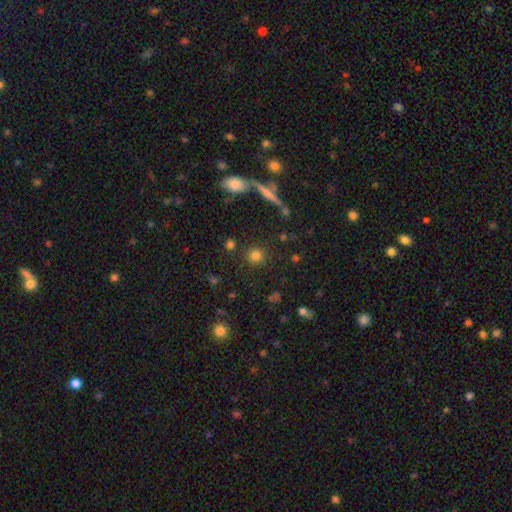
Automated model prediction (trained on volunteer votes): A smooth galaxy with no disk features (77%) that is round (90%).

Vote fractions:
- Smooth or featured? smooth: 77% / star or artifact: 16% / featured or disk: 7%
- How rounded? round: 90% / in between: 8% / cigar-shaped: 2%
- Merging? none: 87% / minor disturbance: 7% / merger: 3% / major disturbance: 3%